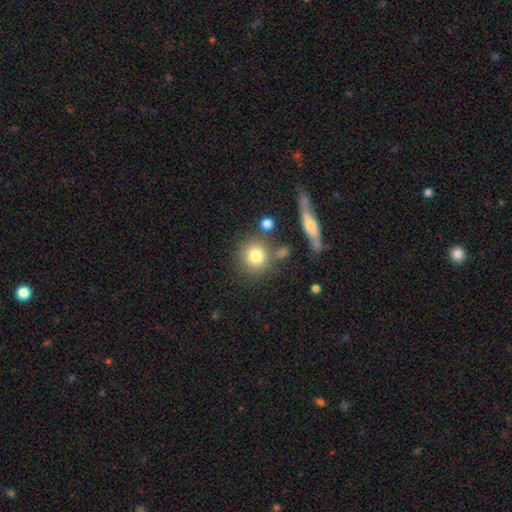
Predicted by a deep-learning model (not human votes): Morphology: type=smooth (78%); roundness=round (88%); merging=none (72%).